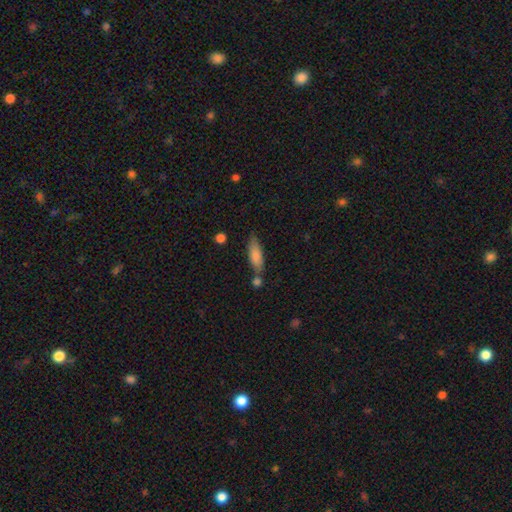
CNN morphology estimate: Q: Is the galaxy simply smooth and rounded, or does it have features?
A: smooth — 81%.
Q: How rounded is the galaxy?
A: cigar-shaped — 49%, tied with in between.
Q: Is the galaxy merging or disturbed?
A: none — 60%.